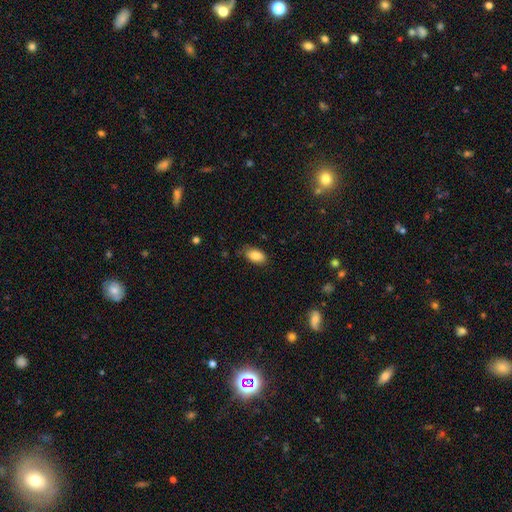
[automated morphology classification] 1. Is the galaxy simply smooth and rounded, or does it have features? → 86% smooth, 7% star or artifact, 7% featured or disk.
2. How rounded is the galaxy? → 93% in between, 5% round, 2% cigar-shaped.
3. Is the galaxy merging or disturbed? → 76% none, 19% minor disturbance, 3% major disturbance, 1% merger.